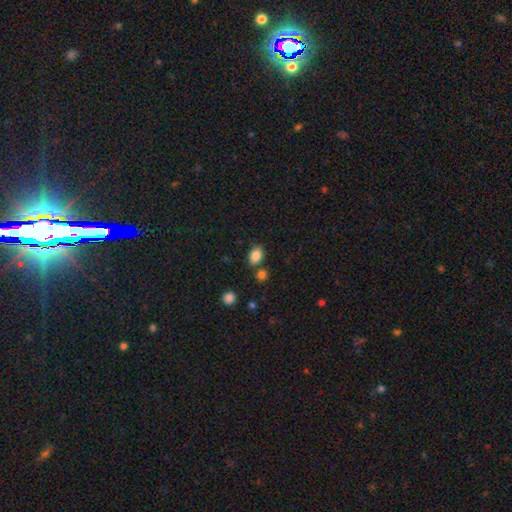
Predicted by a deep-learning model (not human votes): This is clearly a smooth galaxy (85%). How rounded: likely in between (79%). Merging: likely none (71%).